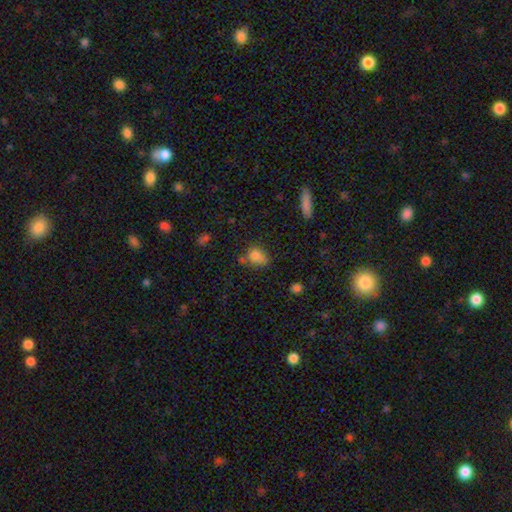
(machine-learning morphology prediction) The model was most divided on "merging": none: 47%, minor disturbance: 29%, merger: 12%, major disturbance: 11%. More confident: smooth or featured — smooth (78%); how rounded — in between (62%).